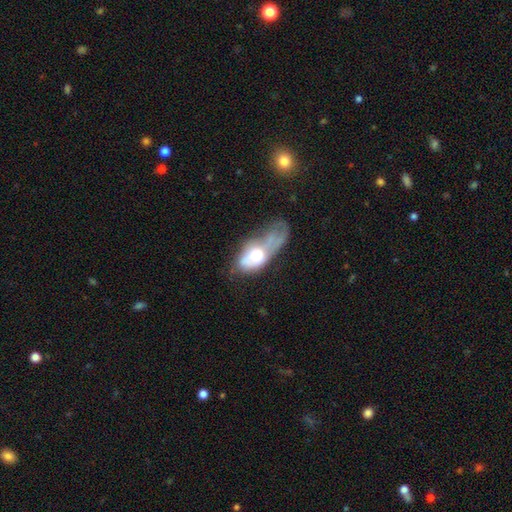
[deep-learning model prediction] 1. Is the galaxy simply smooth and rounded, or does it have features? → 53% smooth, 40% featured or disk, 8% star or artifact.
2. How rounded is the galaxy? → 84% in between, 9% round, 8% cigar-shaped.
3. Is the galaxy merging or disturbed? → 54% major disturbance, 20% minor disturbance, 13% merger, 13% none.